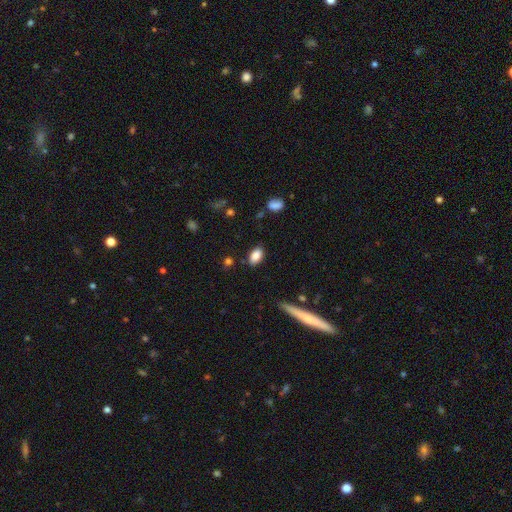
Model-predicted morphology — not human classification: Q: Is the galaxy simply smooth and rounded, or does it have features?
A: smooth — 86%.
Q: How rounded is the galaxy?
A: in between — 90%.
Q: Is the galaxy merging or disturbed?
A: none — 84%.